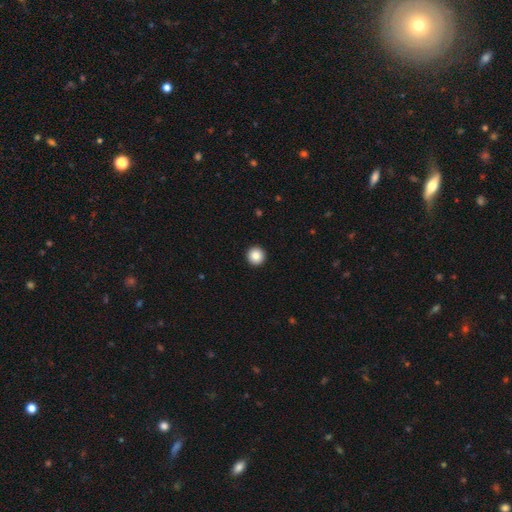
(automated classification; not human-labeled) Smooth or featured? smooth (86%)
How rounded? round (96%)
Merging? none (94%)